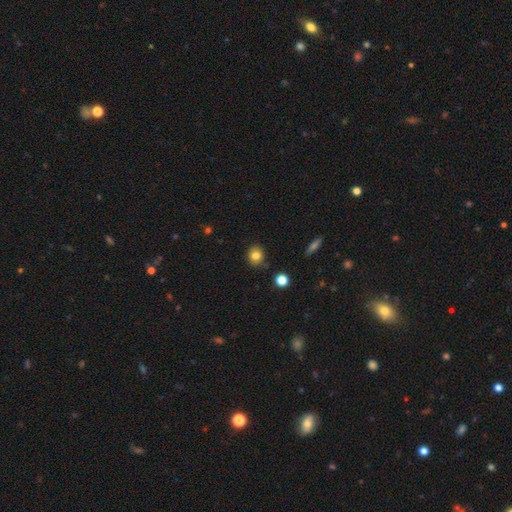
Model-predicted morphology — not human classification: Q: Smooth or featured?
A: smooth (81%); runner-up: star or artifact (11%)
Q: How rounded?
A: round (75%); runner-up: in between (24%)
Q: Merging?
A: none (81%); runner-up: minor disturbance (13%)